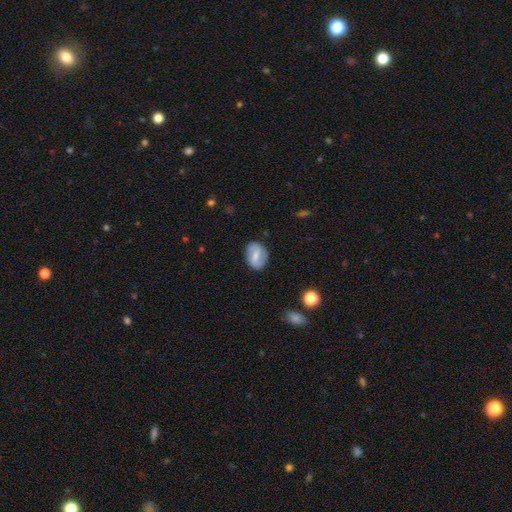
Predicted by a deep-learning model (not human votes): smooth_or_featured: featured or disk (p=0.51) [alt: smooth p=0.42]
disk_edge_on: no (p=0.96) [alt: yes p=0.04]
merging: none (p=0.83) [alt: minor disturbance p=0.13]